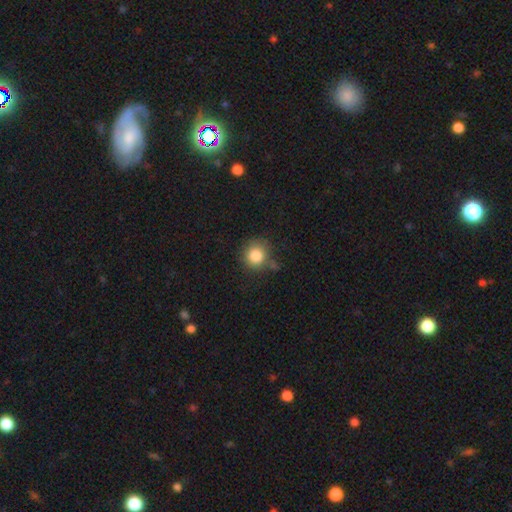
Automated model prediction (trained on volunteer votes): This is clearly a smooth galaxy (84%). How rounded: clearly round (90%). Merging: likely none (67%).